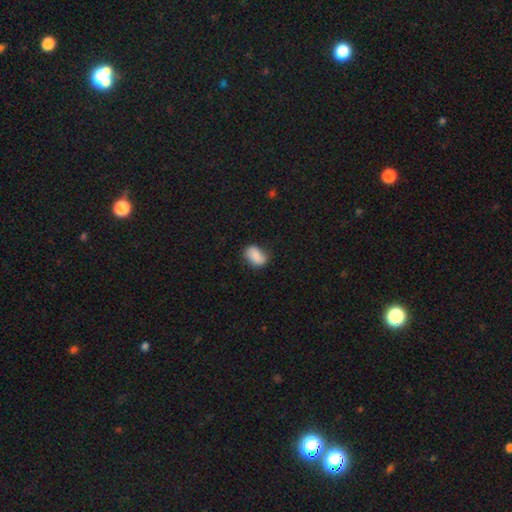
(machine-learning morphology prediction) This appears to be a smooth galaxy with no disk features (84%) that is in between round and cigar-shaped (84%). Merging: none (67%).